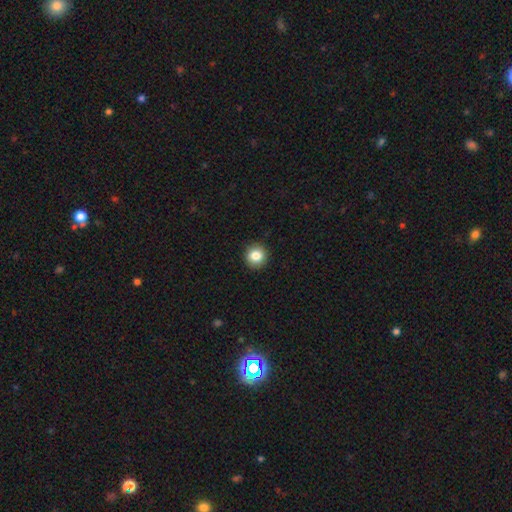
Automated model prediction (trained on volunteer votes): Smooth or featured? smooth (84%)
How rounded? round (93%)
Merging? none (93%)